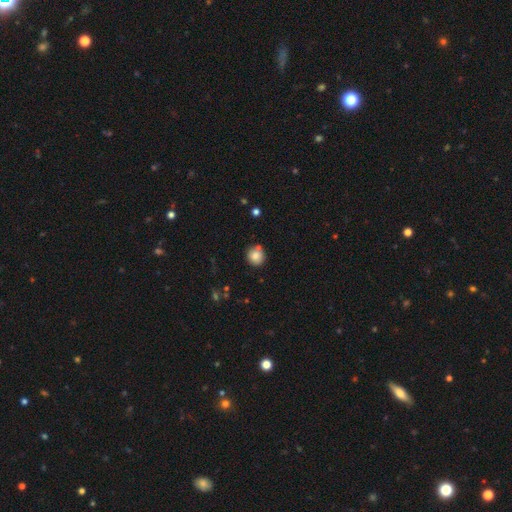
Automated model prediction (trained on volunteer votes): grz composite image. It shows a smooth galaxy with no disk features (83%) that is round (91%). Merging: none (78%).